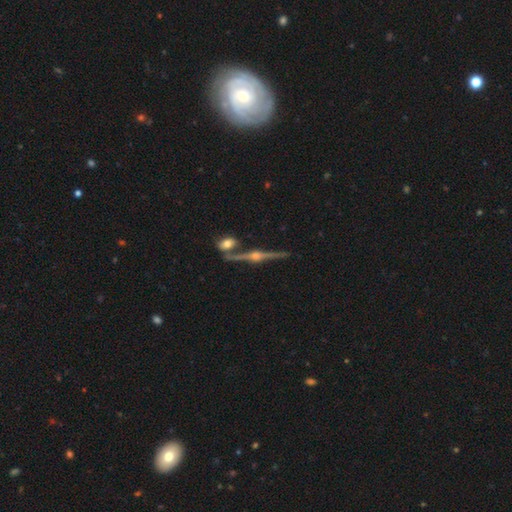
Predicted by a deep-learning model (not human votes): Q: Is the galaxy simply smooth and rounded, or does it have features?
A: featured or disk — 90%.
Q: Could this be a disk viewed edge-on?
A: yes — 98%.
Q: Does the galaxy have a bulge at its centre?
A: rounded — 95%.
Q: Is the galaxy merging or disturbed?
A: none — 80%.